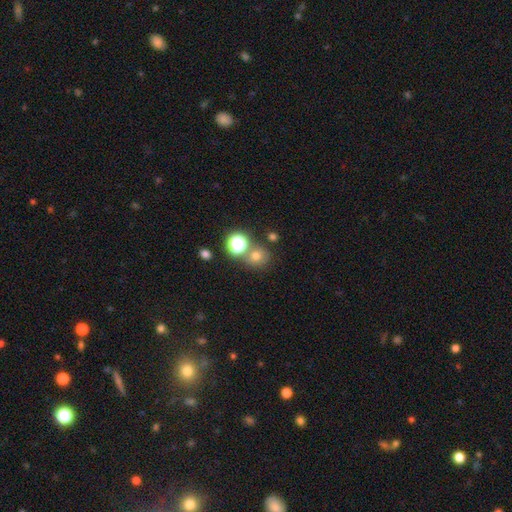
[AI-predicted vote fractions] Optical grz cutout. It shows a smooth galaxy with no disk features (68%) that is round (84%). Merging: none (66%).